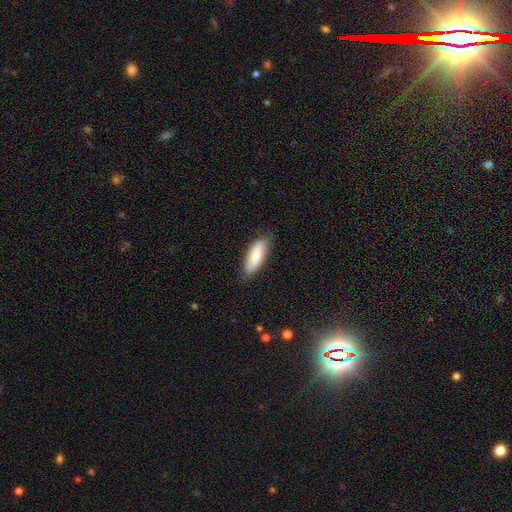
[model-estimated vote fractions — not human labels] smooth-or-featured: smooth: 80% | featured or disk: 15% | star or artifact: 6%
  how-rounded: in between: 70% | cigar-shaped: 29% | round: 2%
  merging: none: 79% | minor disturbance: 17% | major disturbance: 3% | merger: 1%